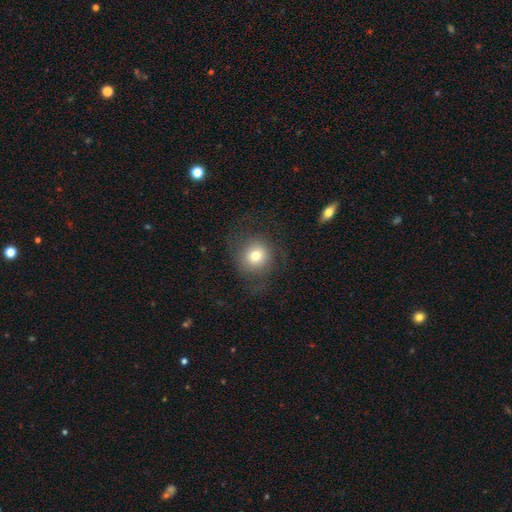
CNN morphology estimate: This appears to be a smooth galaxy with no disk features (68%) that is round (88%). Merging: none (71%).